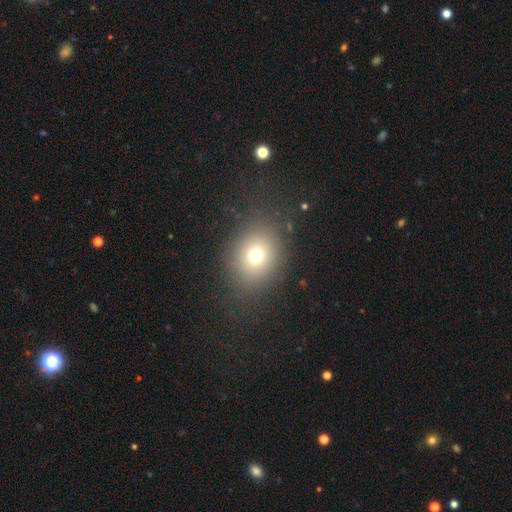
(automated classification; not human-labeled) Smooth or featured: smooth — 71% (star or artifact — 17%)
How rounded: round — 61% (in between — 38%)
Merging: none — 81% (minor disturbance — 10%)